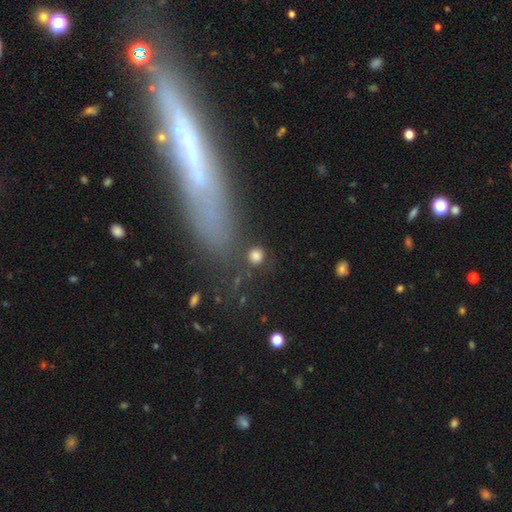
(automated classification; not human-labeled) A smooth galaxy with no disk features (82%) that is round (90%). Merging: none (81%).